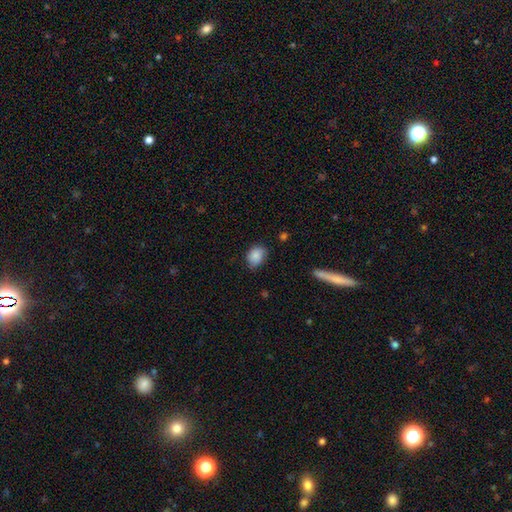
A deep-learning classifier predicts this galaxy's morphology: This is clearly a smooth galaxy (87%). How rounded: possibly in between (60%). Merging: likely none (69%).